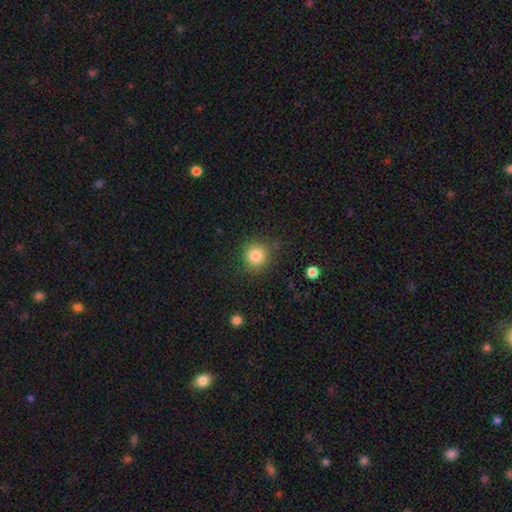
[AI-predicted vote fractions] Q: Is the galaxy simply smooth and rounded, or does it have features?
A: smooth — 83%.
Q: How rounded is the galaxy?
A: round — 92%.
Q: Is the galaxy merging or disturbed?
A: none — 85%.